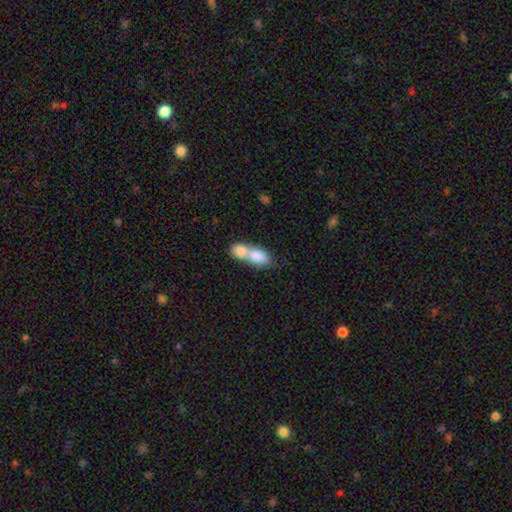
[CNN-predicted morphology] smooth-or-featured: smooth: 78% | featured or disk: 15% | star or artifact: 7%
  how-rounded: in between: 82% | cigar-shaped: 9% | round: 9%
  merging: merger: 75% | none: 16% | minor disturbance: 6% | major disturbance: 3%